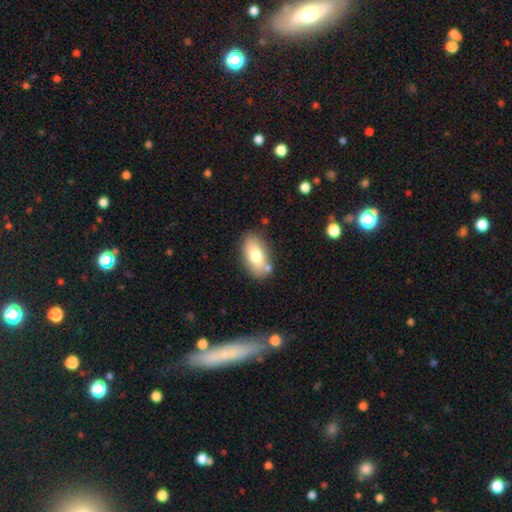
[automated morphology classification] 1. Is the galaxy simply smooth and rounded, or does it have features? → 73% smooth, 20% featured or disk, 7% star or artifact.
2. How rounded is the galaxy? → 92% in between, 5% round, 3% cigar-shaped.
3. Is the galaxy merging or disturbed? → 76% none, 13% minor disturbance, 7% merger, 3% major disturbance.